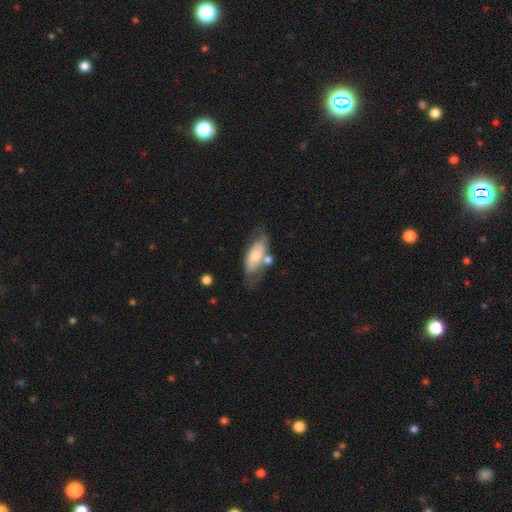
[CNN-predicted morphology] Smooth or featured? smooth (54%)
How rounded? in between (81%)
Merging? none (46%)